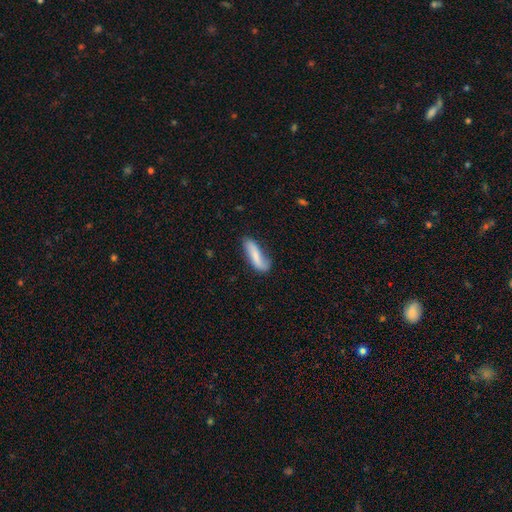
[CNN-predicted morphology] type=smooth (63%); roundness=cigar-shaped (51%); merging=none (59%).